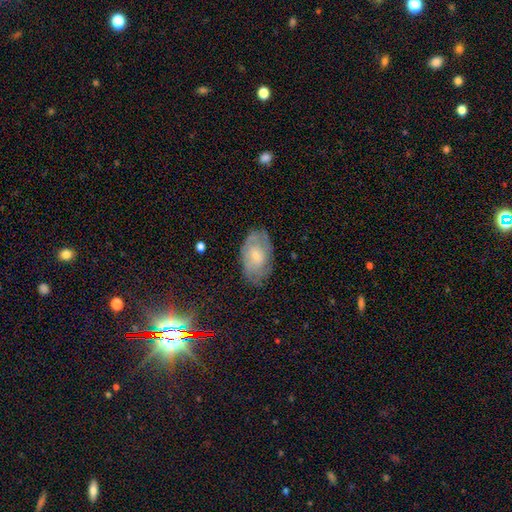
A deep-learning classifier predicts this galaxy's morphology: Smooth or featured?
  - featured or disk: 51% *
  - smooth: 41%
  - star or artifact: 8%
Edge-on disk?
  - no: 94% *
  - yes: 6%
Merging?
  - none: 69% *
  - minor disturbance: 22%
  - major disturbance: 7%
  - merger: 1%